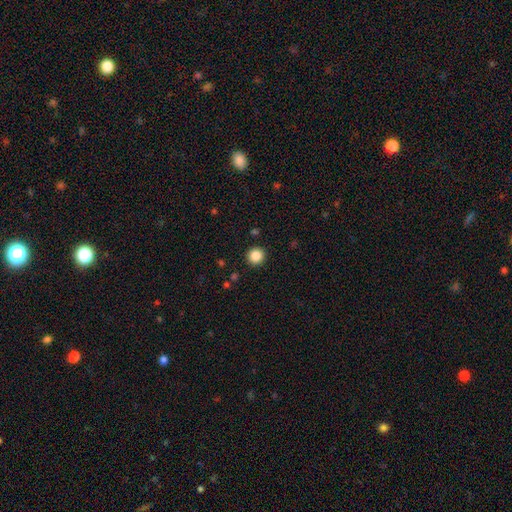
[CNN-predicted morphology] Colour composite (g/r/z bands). It shows a smooth galaxy with no disk features (86%) that is round (95%). Merging: none (92%).